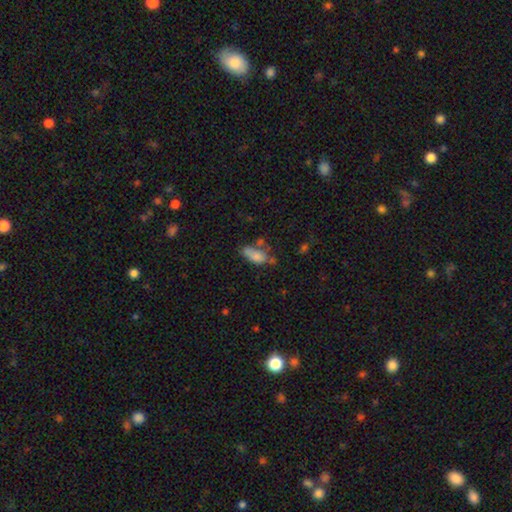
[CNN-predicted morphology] Smooth or featured: smooth — 76% (featured or disk — 14%)
How rounded: in between — 84% (cigar-shaped — 13%)
Merging: none — 39% (minor disturbance — 27%)